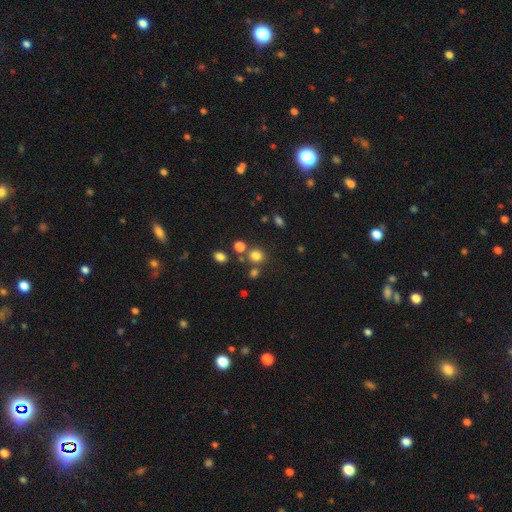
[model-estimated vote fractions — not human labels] smooth 76%, star or artifact 17%, featured or disk 7%. Down the decision tree: how rounded — round (80%); merging — none (71%).